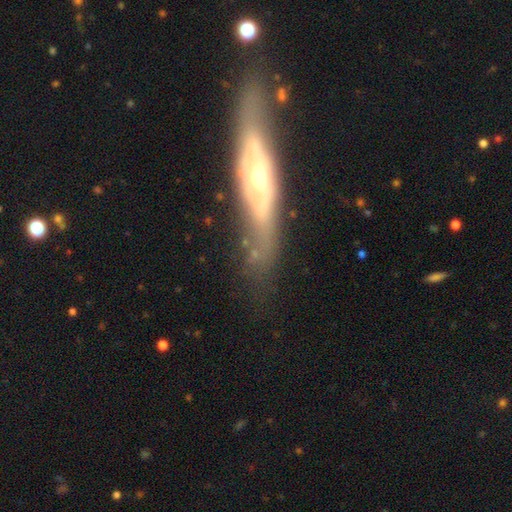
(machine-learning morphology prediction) Smooth or featured: featured or disk — 55% (smooth — 34%)
Edge-on disk: no — 53% (yes — 47%)
Merging: none — 49% (minor disturbance — 22%)